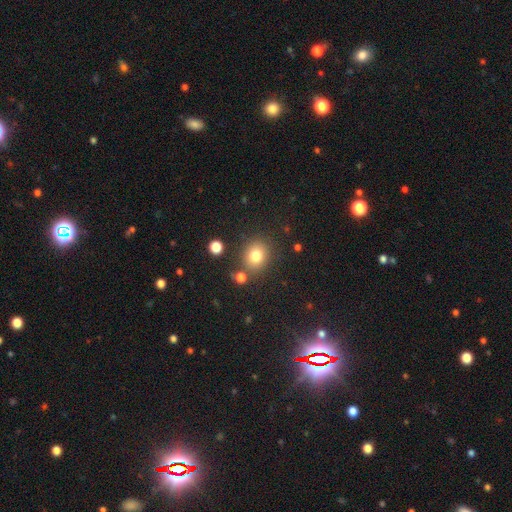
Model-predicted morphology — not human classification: type=smooth (79%); roundness=round (76%); merging=none (79%).